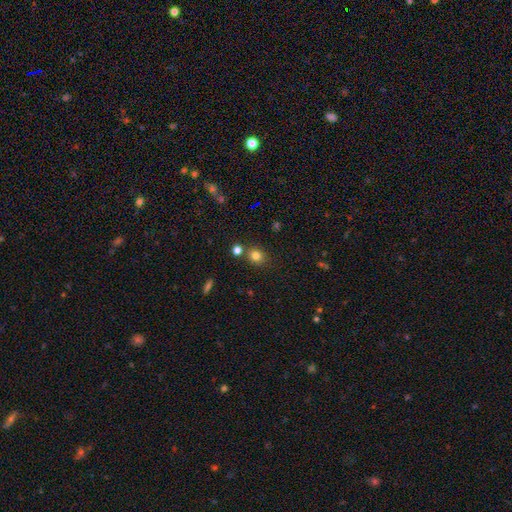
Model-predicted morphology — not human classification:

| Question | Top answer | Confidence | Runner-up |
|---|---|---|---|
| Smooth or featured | smooth | 79% | star or artifact (14%) |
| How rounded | round | 77% | in between (22%) |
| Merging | none | 76% | merger (12%) |